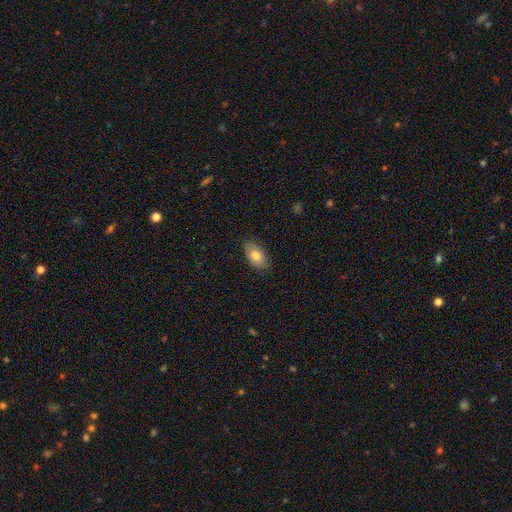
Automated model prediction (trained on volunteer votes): A smooth galaxy with no disk features (78%) that is in between round and cigar-shaped (92%).

Vote fractions:
- Smooth or featured? smooth: 78% / featured or disk: 16% / star or artifact: 7%
- How rounded? in between: 92% / round: 4% / cigar-shaped: 4%
- Merging? none: 83% / minor disturbance: 14% / major disturbance: 3% / merger: 1%